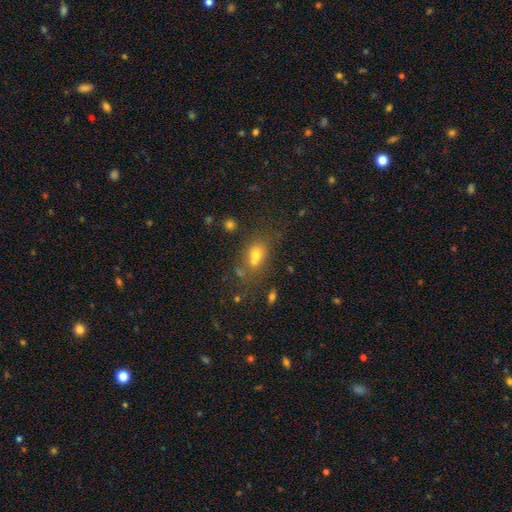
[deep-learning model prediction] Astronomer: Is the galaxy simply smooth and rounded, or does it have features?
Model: smooth — 63%.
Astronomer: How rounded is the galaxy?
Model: in between — 52% (runner-up: round, 46%).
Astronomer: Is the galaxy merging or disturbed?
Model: none — 43% (runner-up: merger, 37%).